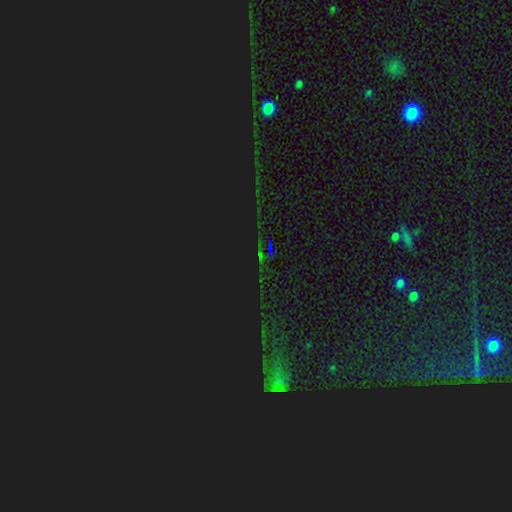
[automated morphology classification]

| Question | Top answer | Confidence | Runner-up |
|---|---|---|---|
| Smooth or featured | star or artifact | 84% | smooth (9%) |